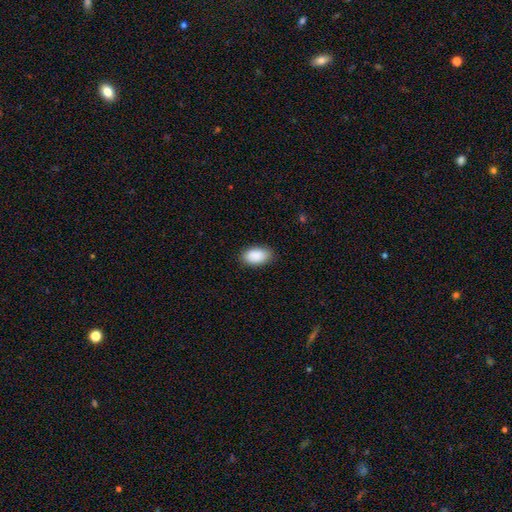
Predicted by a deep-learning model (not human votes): Smooth or featured?
  - smooth: 90% *
  - star or artifact: 6%
  - featured or disk: 3%
How rounded?
  - in between: 94% *
  - round: 4%
  - cigar-shaped: 2%
Merging?
  - none: 85% *
  - minor disturbance: 11%
  - major disturbance: 2%
  - merger: 1%